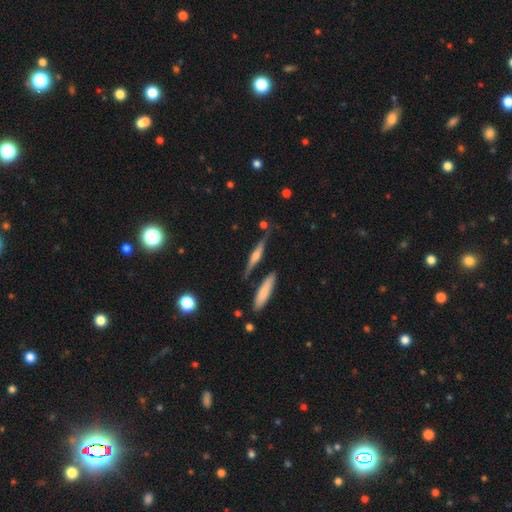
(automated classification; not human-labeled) Q: Smooth or featured?
A: featured or disk (69%); runner-up: smooth (24%)
Q: Edge-on disk?
A: yes (96%); runner-up: no (4%)
Q: Edge-on bulge?
A: rounded (82%); runner-up: boxy (11%)
Q: Merging?
A: none (78%); runner-up: minor disturbance (13%)